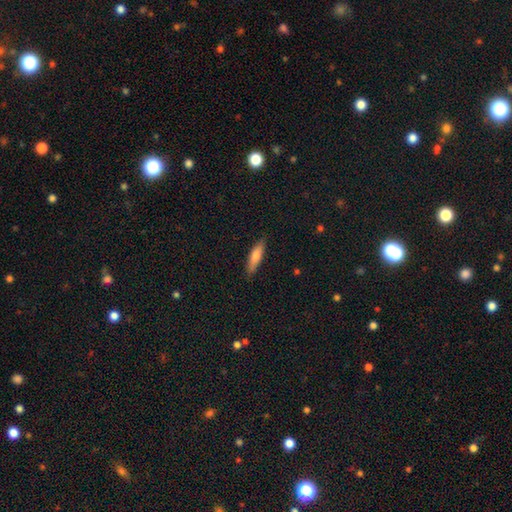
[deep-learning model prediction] Overall: smooth (74%). How rounded: cigar-shaped (71%). Merging: none (86%).